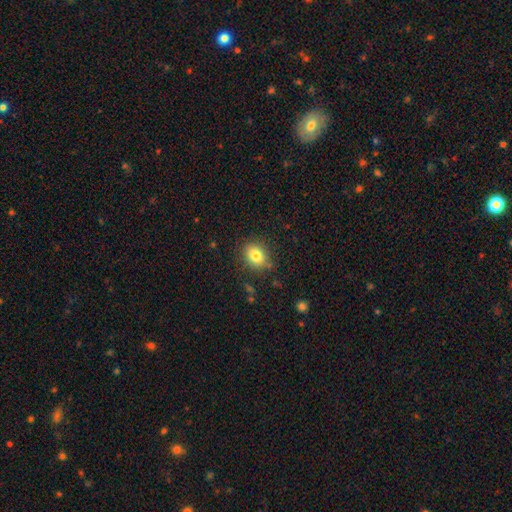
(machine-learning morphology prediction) Overall: smooth (82%). How rounded: in between (56%; round 43%). Merging: none (84%).